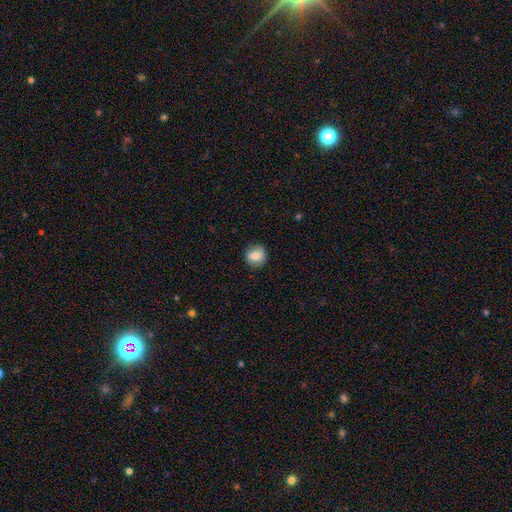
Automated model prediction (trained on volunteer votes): A smooth galaxy with no disk features (79%) that is round (88%).

Vote fractions:
- Smooth or featured? smooth: 79% / featured or disk: 12% / star or artifact: 9%
- How rounded? round: 88% / in between: 11% / cigar-shaped: 1%
- Merging? none: 87% / minor disturbance: 10% / major disturbance: 2% / merger: 1%